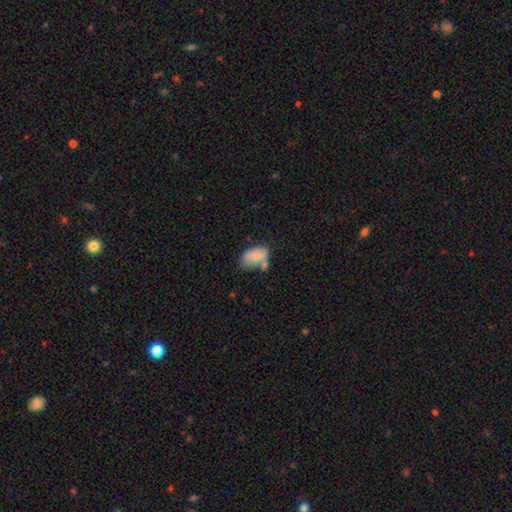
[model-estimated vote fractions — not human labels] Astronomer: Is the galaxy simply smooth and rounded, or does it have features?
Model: smooth — 78%.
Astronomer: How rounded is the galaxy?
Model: in between — 89%.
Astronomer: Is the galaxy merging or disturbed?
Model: none — 40% (runner-up: minor disturbance, 27%).